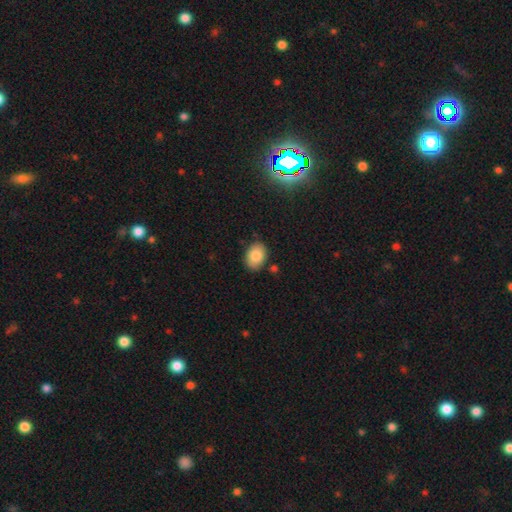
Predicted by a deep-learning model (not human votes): This appears to be a smooth galaxy with no disk features (84%) that is in between round and cigar-shaped (75%). Merging: none (84%).